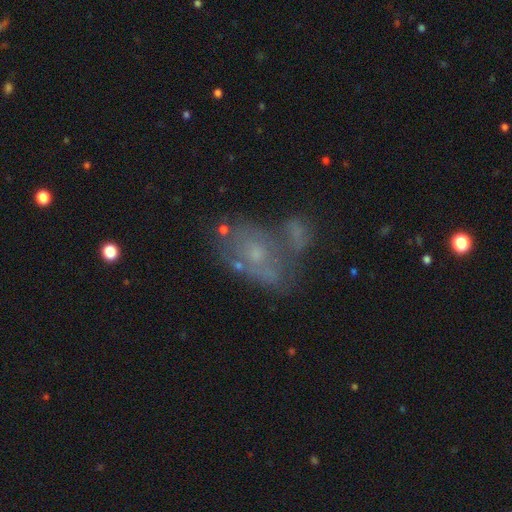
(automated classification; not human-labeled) Smooth or featured? Predicted: featured or disk (p=0.55). Edge-on disk? Predicted: no (p=0.95). Bar? Predicted: no (p=0.80). Spiral arms? Predicted: no (p=0.52). Bulge size? Predicted: small (p=0.63). Merging? Predicted: none (p=0.36).